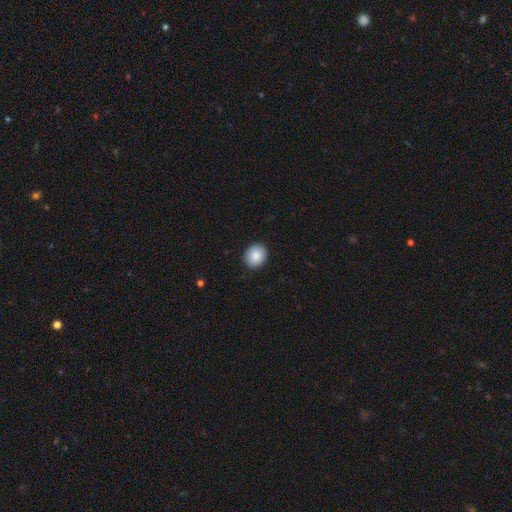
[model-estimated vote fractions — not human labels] This is clearly a smooth galaxy (88%). How rounded: likely round (66%). Merging: clearly none (90%).